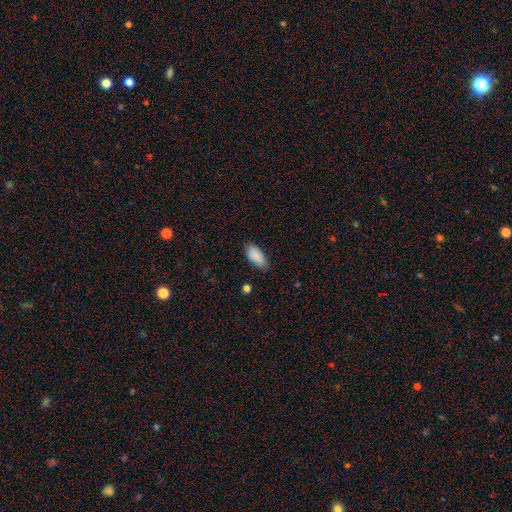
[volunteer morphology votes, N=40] Smooth or featured?
  - smooth: 90% *
  - featured or disk: 5%
  - star or artifact: 5%
How rounded?
  - in between: 86% *
  - cigar-shaped: 8%
  - round: 6%
Merging?
  - none: 79% *
  - minor disturbance: 21%
  - major disturbance: 0%
  - merger: 0%